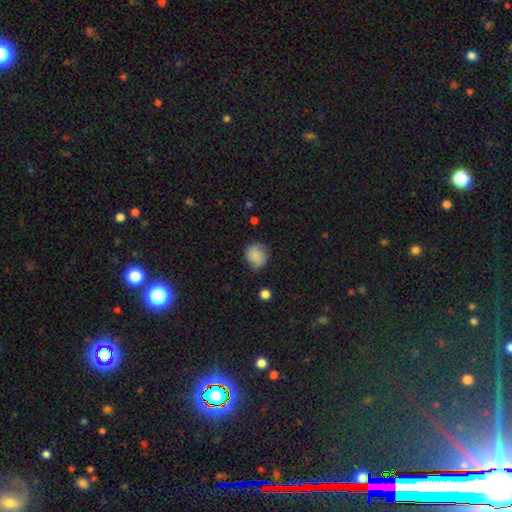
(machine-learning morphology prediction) Smooth or featured? smooth (84%)
How rounded? round (78%)
Merging? none (75%)